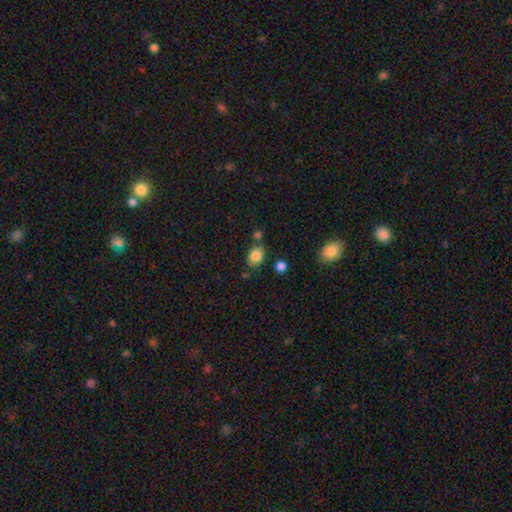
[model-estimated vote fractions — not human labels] The model was most divided on "how rounded": in between: 57%, round: 42%, cigar-shaped: 1%. More confident: smooth or featured — smooth (84%); merging — none (71%).